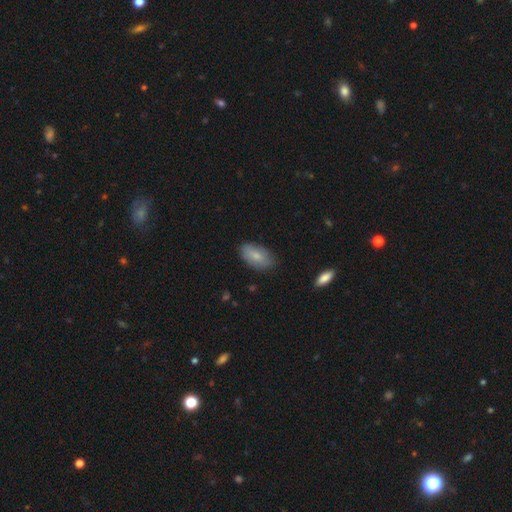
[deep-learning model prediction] A smooth galaxy with no disk features (80%) that is in between round and cigar-shaped (93%).

Vote fractions:
- Smooth or featured? smooth: 80% / featured or disk: 14% / star or artifact: 6%
- How rounded? in between: 93% / round: 4% / cigar-shaped: 3%
- Merging? none: 79% / minor disturbance: 17% / major disturbance: 3% / merger: 1%